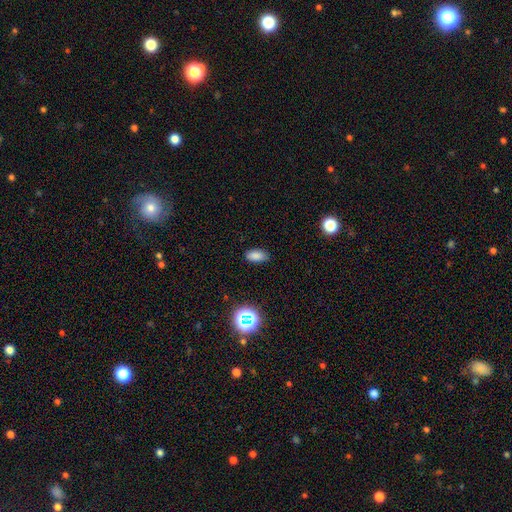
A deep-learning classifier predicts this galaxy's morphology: smooth 82%, star or artifact 13%, featured or disk 5%. Down the decision tree: how rounded — in between (91%); merging — none (86%).